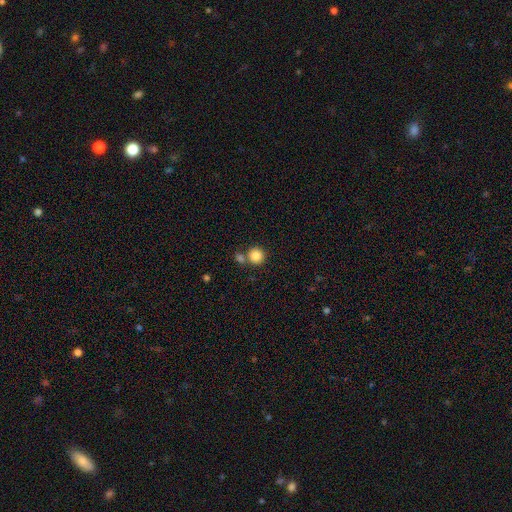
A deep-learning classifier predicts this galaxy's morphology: type=smooth (84%); roundness=round (94%); merging=none (67%).